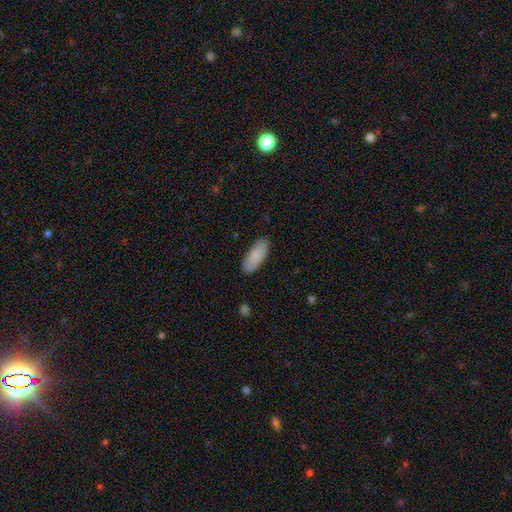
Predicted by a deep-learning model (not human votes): This is clearly a smooth galaxy (85%). How rounded: likely in between (79%). Merging: clearly none (87%).